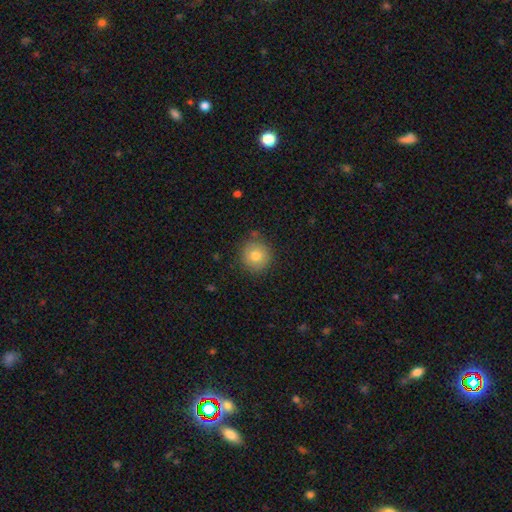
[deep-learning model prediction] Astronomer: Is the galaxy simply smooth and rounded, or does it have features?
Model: smooth — 78%.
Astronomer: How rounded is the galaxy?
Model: round — 93%.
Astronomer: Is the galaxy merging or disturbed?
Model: none — 85%.